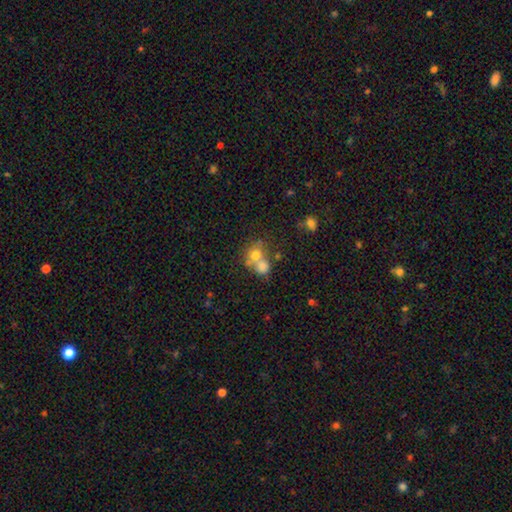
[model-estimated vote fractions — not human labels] Smooth or featured: smooth — 68% (featured or disk — 19%)
How rounded: round — 74% (in between — 25%)
Merging: merger — 57% (none — 32%)